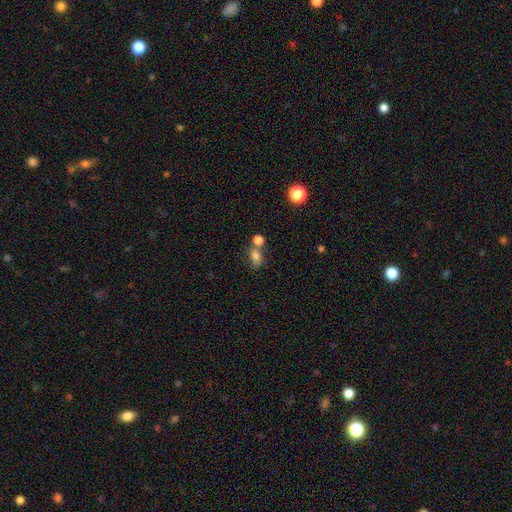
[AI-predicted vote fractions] A smooth galaxy with no disk features (78%) that is in between round and cigar-shaped (75%).

Vote fractions:
- Smooth or featured? smooth: 78% / star or artifact: 12% / featured or disk: 10%
- How rounded? in between: 75% / round: 21% / cigar-shaped: 4%
- Merging? none: 47% / merger: 36% / minor disturbance: 12% / major disturbance: 5%